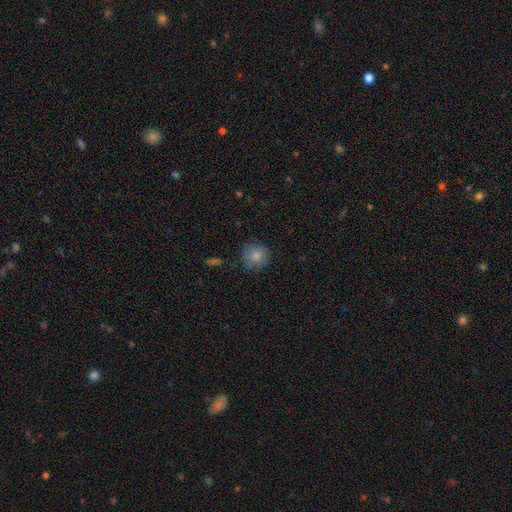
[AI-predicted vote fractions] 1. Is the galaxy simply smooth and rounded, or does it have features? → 83% smooth, 9% star or artifact, 7% featured or disk.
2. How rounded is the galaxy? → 90% round, 9% in between, 1% cigar-shaped.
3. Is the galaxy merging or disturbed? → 78% none, 16% minor disturbance, 4% major disturbance, 2% merger.